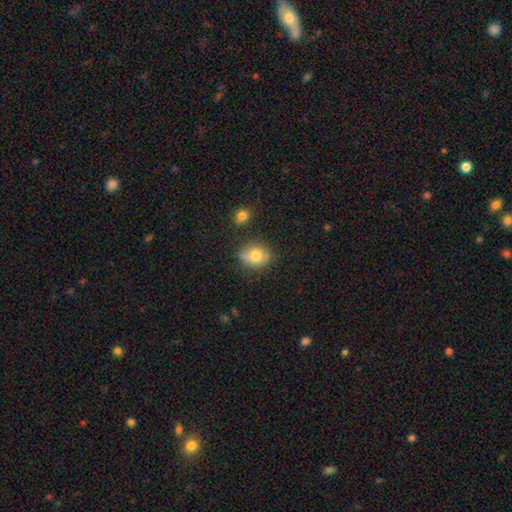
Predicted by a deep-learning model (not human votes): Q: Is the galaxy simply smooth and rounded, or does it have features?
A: smooth — 69%.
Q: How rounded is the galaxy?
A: round — 65%.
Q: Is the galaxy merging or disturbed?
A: none — 65%.